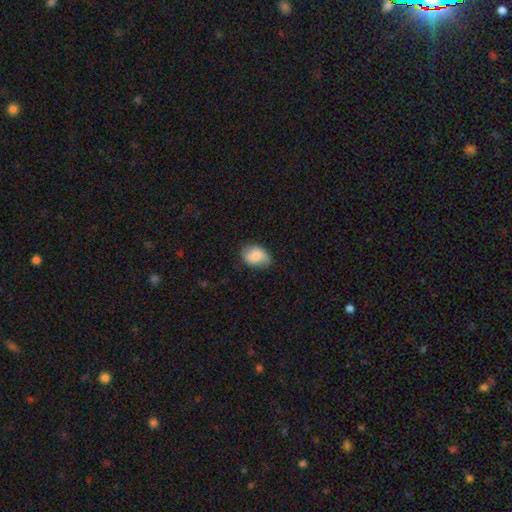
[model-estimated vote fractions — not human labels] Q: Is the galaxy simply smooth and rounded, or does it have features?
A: smooth — 73%.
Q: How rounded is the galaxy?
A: in between — 76%.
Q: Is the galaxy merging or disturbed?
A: none — 70%.